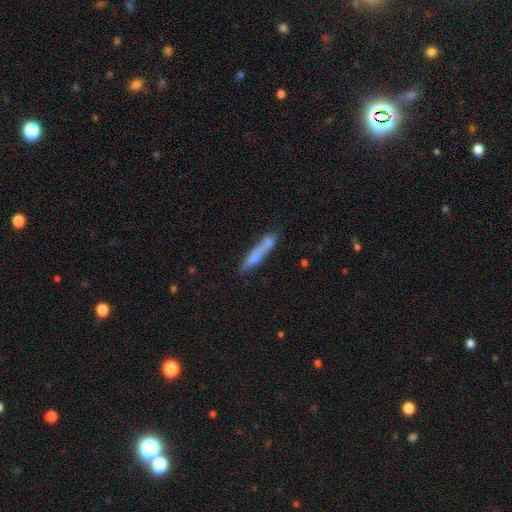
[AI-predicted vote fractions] Q: Smooth or featured?
A: smooth (62%); runner-up: featured or disk (31%)
Q: How rounded?
A: cigar-shaped (88%); runner-up: in between (10%)
Q: Merging?
A: none (53%); runner-up: minor disturbance (20%)